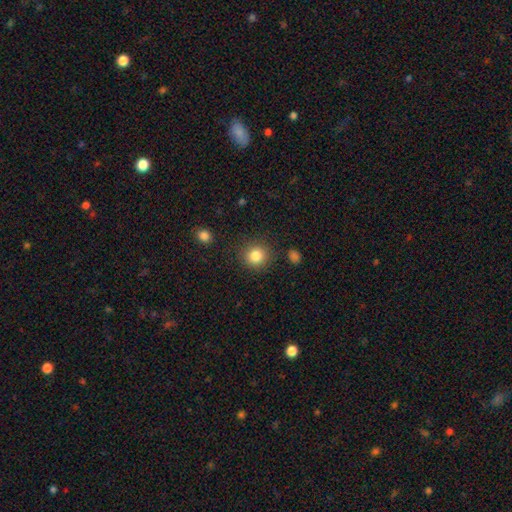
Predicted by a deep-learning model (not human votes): Smooth or featured? Predicted: smooth (p=0.84). How rounded? Predicted: round (p=0.91). Merging? Predicted: none (p=0.88).